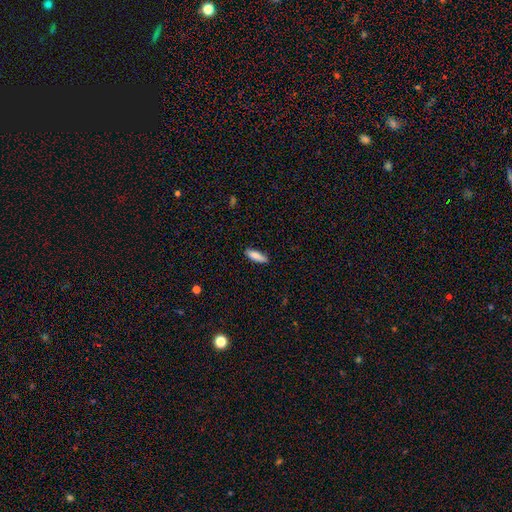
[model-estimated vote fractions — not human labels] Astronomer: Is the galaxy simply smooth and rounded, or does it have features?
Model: smooth — 85%.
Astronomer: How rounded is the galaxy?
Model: cigar-shaped — 53% (runner-up: in between, 46%).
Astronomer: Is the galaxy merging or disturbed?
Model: none — 86%.